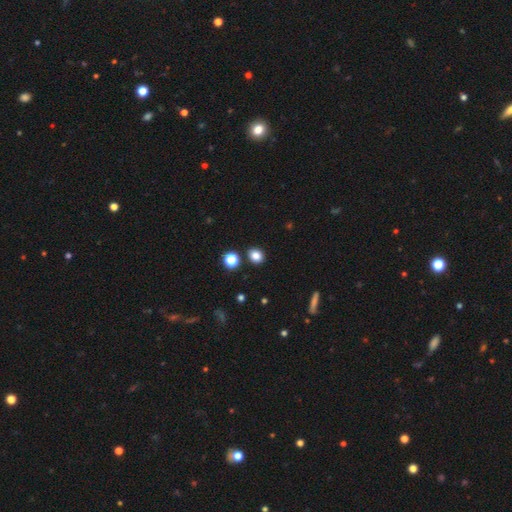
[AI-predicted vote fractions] The model was most divided on "how rounded": round: 63%, in between: 35%, cigar-shaped: 1%. More confident: merging — none (86%); smooth or featured — smooth (83%).